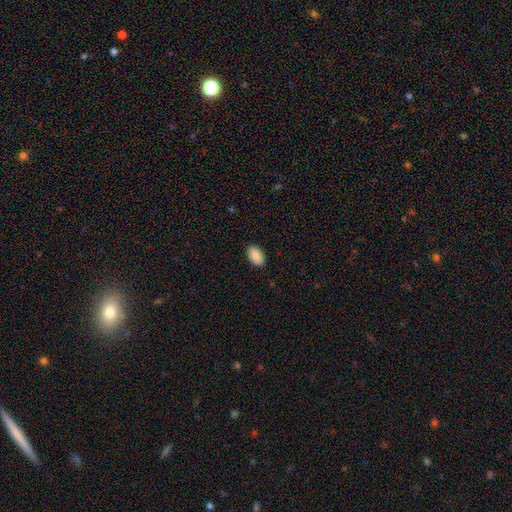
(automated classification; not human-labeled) Smooth or featured? Predicted: smooth (p=0.89). How rounded? Predicted: in between (p=0.93). Merging? Predicted: none (p=0.89).